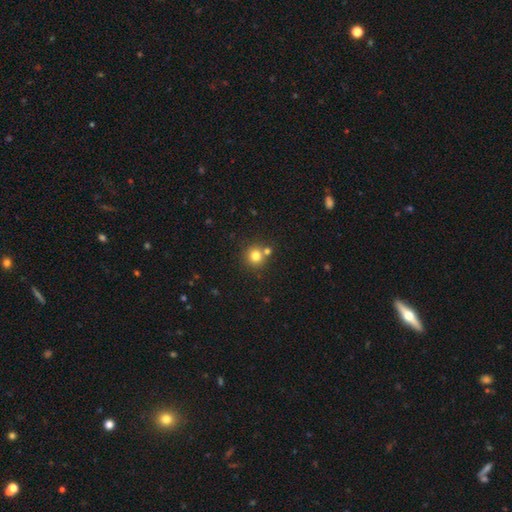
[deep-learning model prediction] A smooth galaxy with no disk features (79%) that is round (92%). Merging: none (70%).